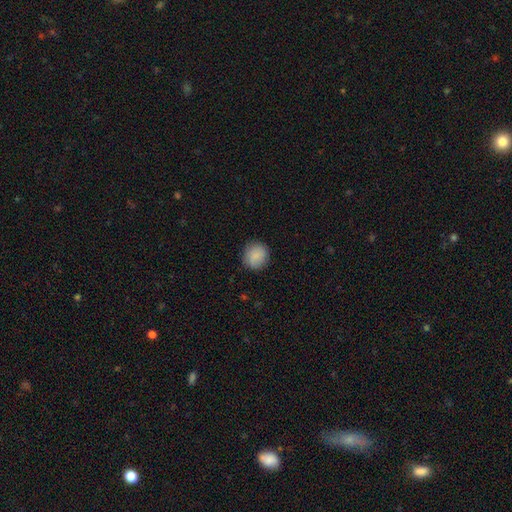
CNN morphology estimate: This is clearly a smooth galaxy (87%). How rounded: clearly round (89%). Merging: clearly none (87%).